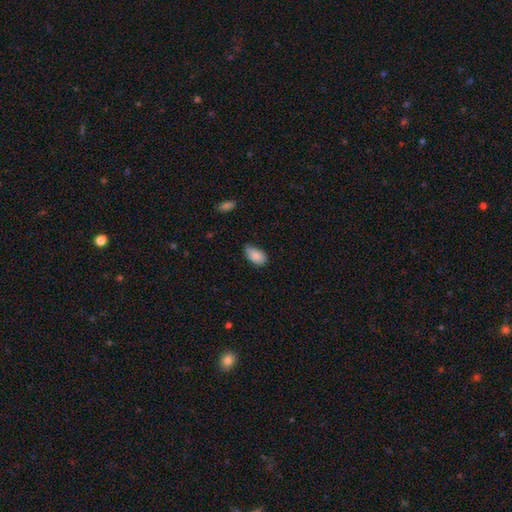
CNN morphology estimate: type=smooth (87%); roundness=in between (92%); merging=none (58%).